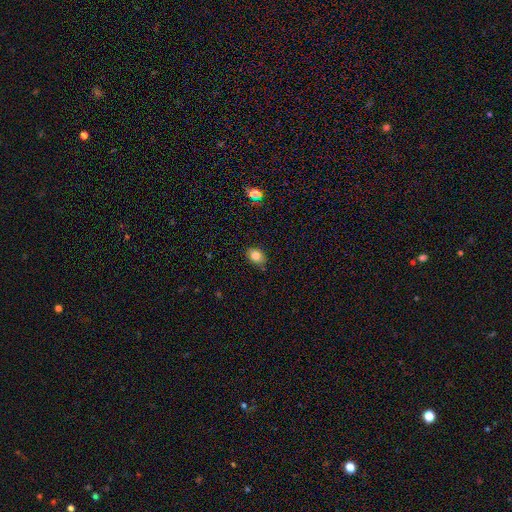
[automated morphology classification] Smooth or featured?
  - smooth: 82% *
  - star or artifact: 10%
  - featured or disk: 8%
How rounded?
  - in between: 65% *
  - round: 34%
  - cigar-shaped: 1%
Merging?
  - none: 77% *
  - minor disturbance: 18%
  - major disturbance: 3%
  - merger: 2%